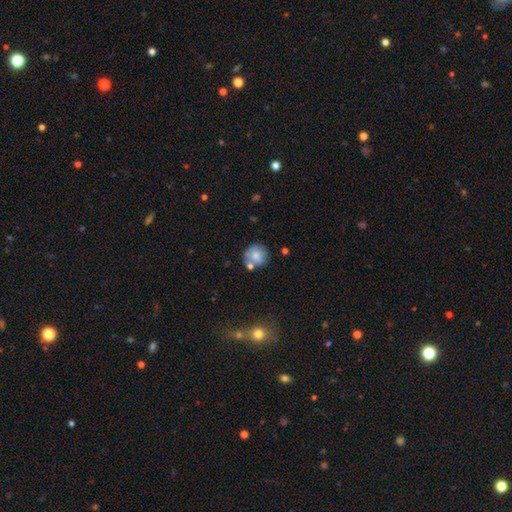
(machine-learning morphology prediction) smooth-or-featured: smooth: 73% | featured or disk: 19% | star or artifact: 9%
  how-rounded: round: 89% | in between: 10% | cigar-shaped: 1%
  merging: none: 63% | minor disturbance: 16% | merger: 16% | major disturbance: 5%